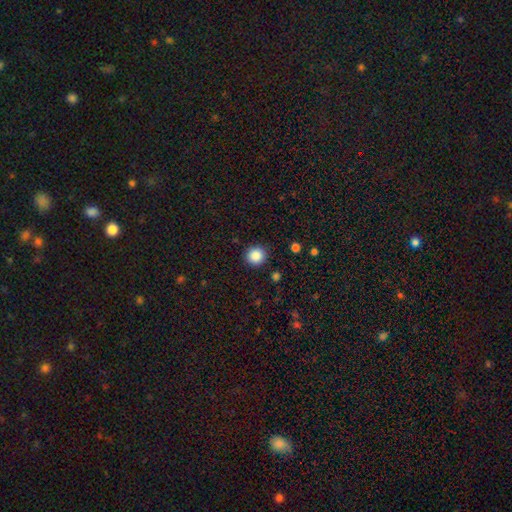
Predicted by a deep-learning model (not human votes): smooth_or_featured: smooth (p=0.87) [alt: star or artifact p=0.10]
how_rounded: round (p=0.92) [alt: in between p=0.07]
merging: none (p=0.90) [alt: minor disturbance p=0.06]